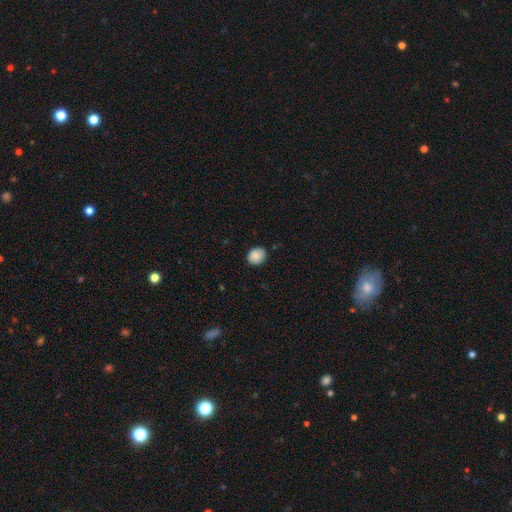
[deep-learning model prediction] Morphology: type=smooth (88%); roundness=round (69%); merging=none (83%).